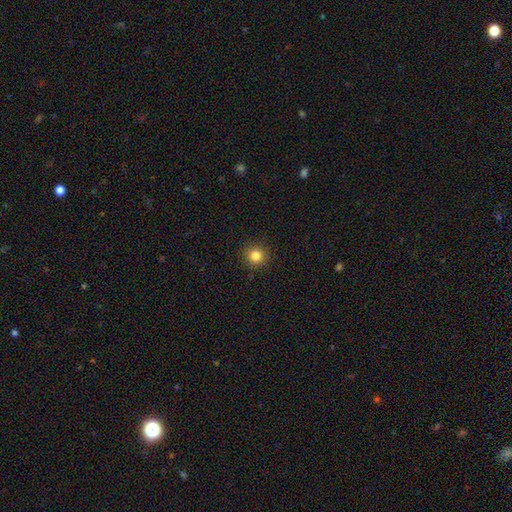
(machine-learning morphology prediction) A smooth galaxy with no disk features (83%) that is round (94%). Merging: none (91%).